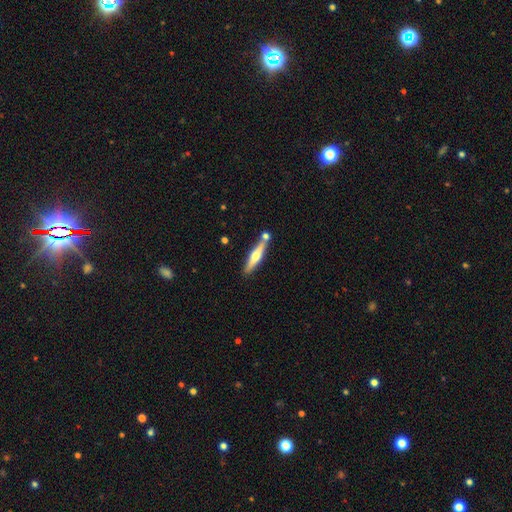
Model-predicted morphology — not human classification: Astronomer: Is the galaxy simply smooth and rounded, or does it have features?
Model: featured or disk — 59% (runner-up: smooth, 35%).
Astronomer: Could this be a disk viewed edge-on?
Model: yes — 95%.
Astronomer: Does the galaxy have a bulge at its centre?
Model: rounded — 93%.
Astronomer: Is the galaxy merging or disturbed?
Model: none — 74%.